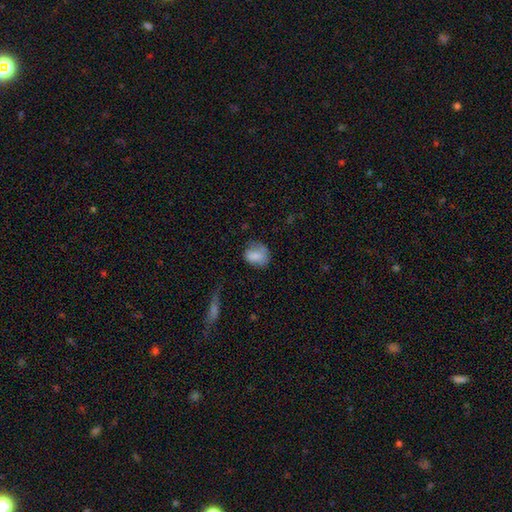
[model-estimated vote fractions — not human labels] Smooth or featured: smooth — 80% (featured or disk — 11%)
How rounded: in between — 50% (round — 49%)
Merging: none — 57% (minor disturbance — 29%)